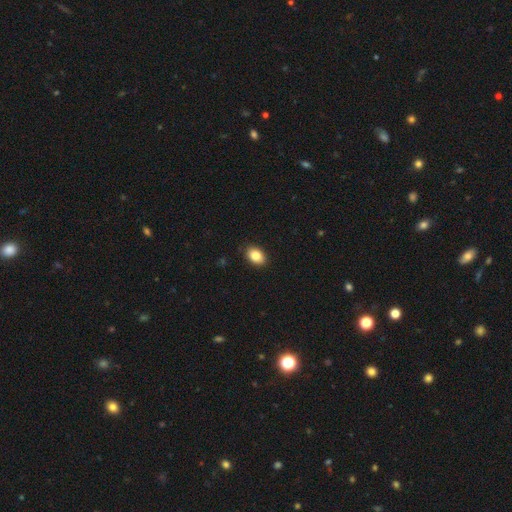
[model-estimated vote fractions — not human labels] A smooth galaxy with no disk features (86%) that is in between round and cigar-shaped (82%). Merging: none (89%).